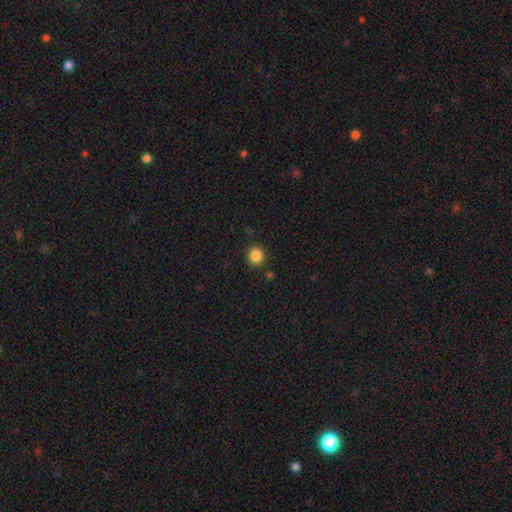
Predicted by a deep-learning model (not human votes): Smooth or featured: smooth — 86% (star or artifact — 11%)
How rounded: round — 89% (in between — 10%)
Merging: none — 88% (minor disturbance — 7%)